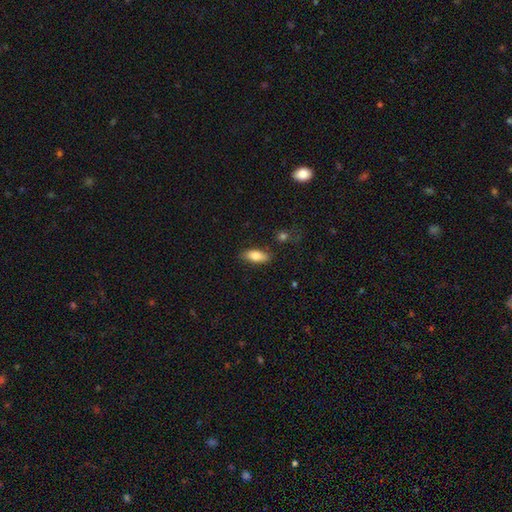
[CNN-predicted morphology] Smooth or featured? smooth (79%)
How rounded? in between (80%)
Merging? none (81%)